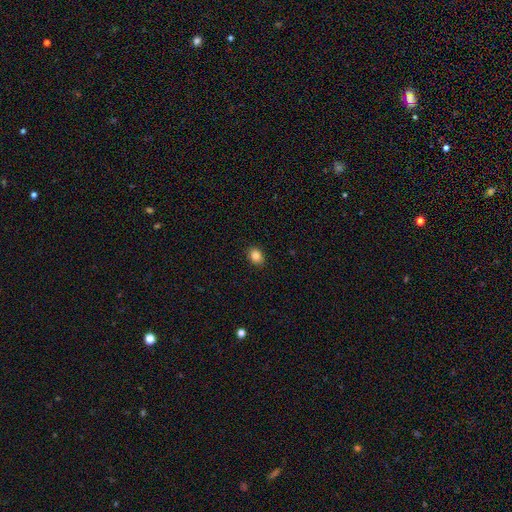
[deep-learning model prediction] Smooth or featured?
  - smooth: 85% *
  - star or artifact: 10%
  - featured or disk: 6%
How rounded?
  - in between: 63% *
  - round: 36%
  - cigar-shaped: 1%
Merging?
  - none: 89% *
  - minor disturbance: 8%
  - major disturbance: 2%
  - merger: 1%